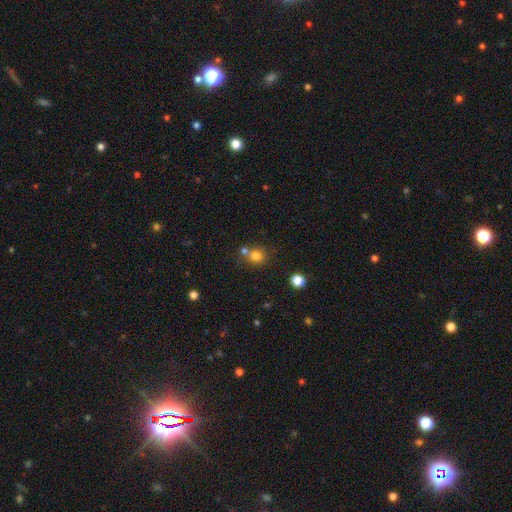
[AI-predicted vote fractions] A smooth galaxy with no disk features (79%) that is round (86%).

Vote fractions:
- Smooth or featured? smooth: 79% / star or artifact: 14% / featured or disk: 7%
- How rounded? round: 86% / in between: 13% / cigar-shaped: 1%
- Merging? none: 61% / merger: 27% / minor disturbance: 9% / major disturbance: 3%